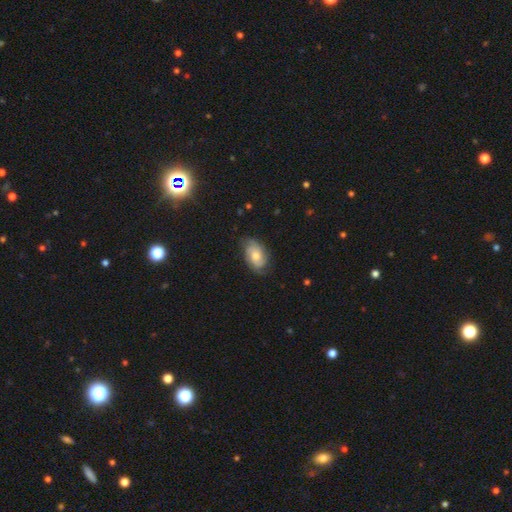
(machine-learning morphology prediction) Overall: featured or disk (53%; smooth 40%). Edge-on disk: no (95%). Merging: none (71%).